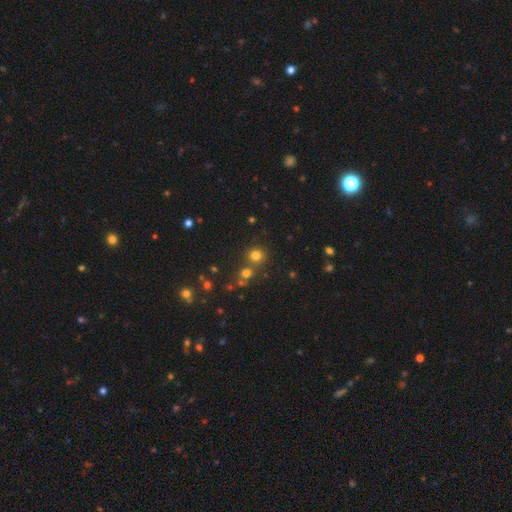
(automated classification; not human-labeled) smooth_or_featured: smooth (p=0.75) [alt: star or artifact p=0.18]
how_rounded: round (p=0.89) [alt: in between p=0.10]
merging: none (p=0.72) [alt: merger p=0.18]